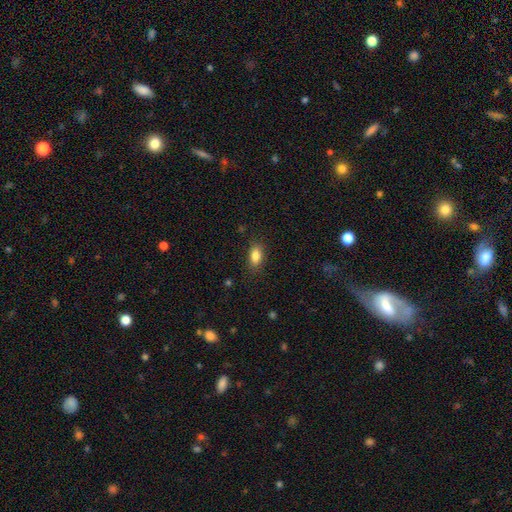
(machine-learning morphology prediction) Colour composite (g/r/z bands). It shows a smooth galaxy with no disk features (84%) that is in between round and cigar-shaped (86%). Merging: none (85%).